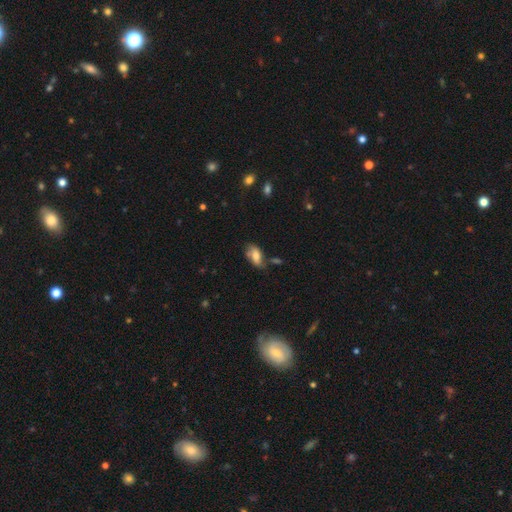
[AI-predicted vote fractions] A smooth galaxy with no disk features (65%) that is in between round and cigar-shaped (89%). Merging: none (48%).